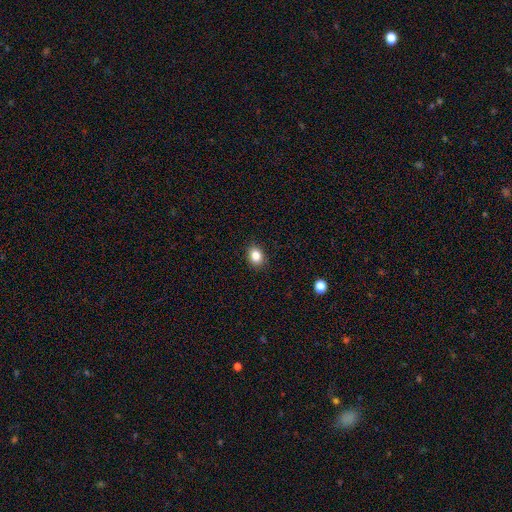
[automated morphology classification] A smooth galaxy with no disk features (85%) that is in between round and cigar-shaped (58%). Merging: none (88%).